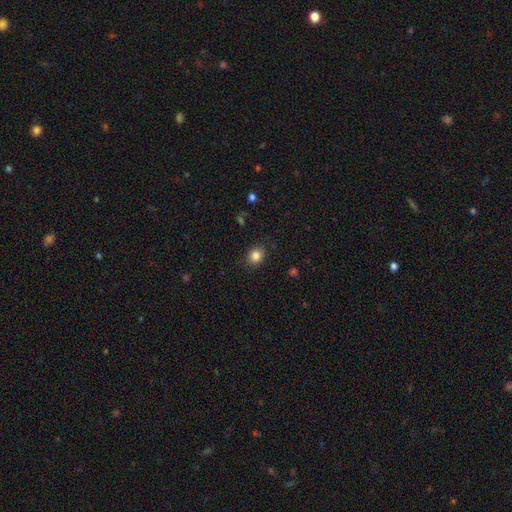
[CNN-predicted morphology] Smooth or featured? smooth (84%)
How rounded? round (62%)
Merging? none (87%)